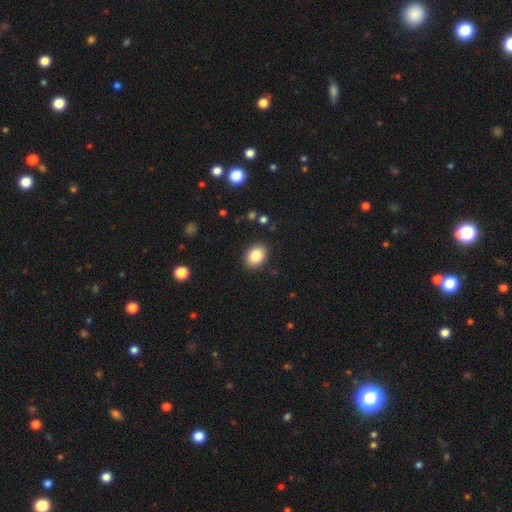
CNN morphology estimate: smooth_or_featured: smooth (p=0.86) [alt: star or artifact p=0.08]
how_rounded: in between (p=0.65) [alt: round p=0.34]
merging: none (p=0.88) [alt: minor disturbance p=0.08]